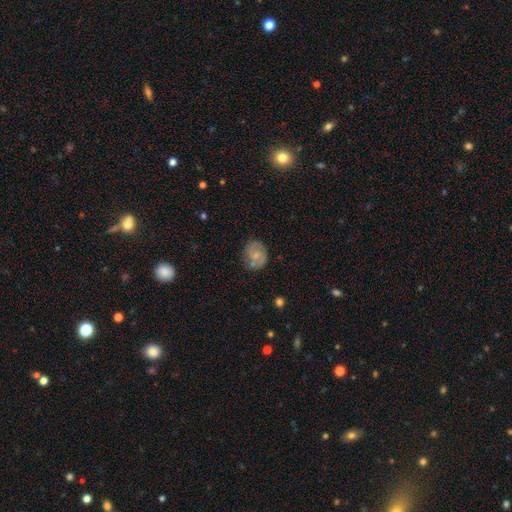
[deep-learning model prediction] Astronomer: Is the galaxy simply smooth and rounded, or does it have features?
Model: smooth — 52% (runner-up: featured or disk, 40%).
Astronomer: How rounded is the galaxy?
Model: round — 61% (runner-up: in between, 38%).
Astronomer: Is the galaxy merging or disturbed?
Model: none — 64%.